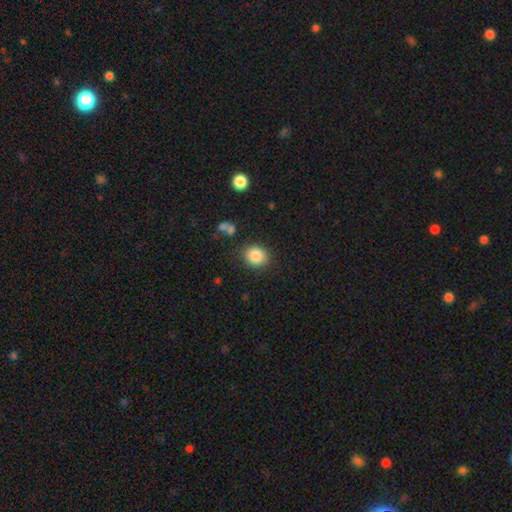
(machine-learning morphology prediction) Smooth or featured: smooth — 85% (star or artifact — 9%)
How rounded: round — 67% (in between — 32%)
Merging: none — 84% (minor disturbance — 10%)